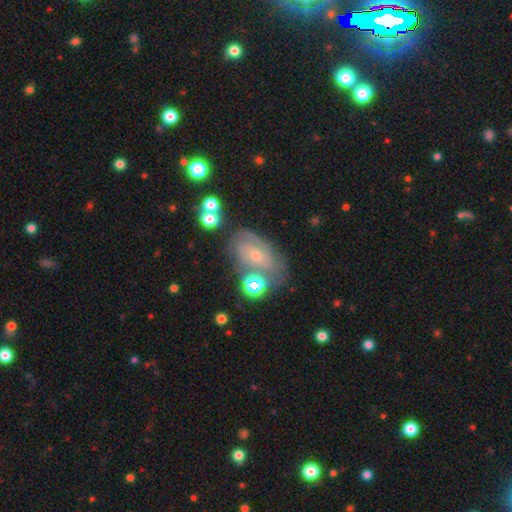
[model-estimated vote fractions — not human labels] A featured or disk galaxy (70%) with no bar (64%), 2 (39%) tight (54%) spiral arms (86%) and a small central bulge (64%).

Vote fractions:
- Smooth or featured? featured or disk: 70% / smooth: 20% / star or artifact: 10%
- Edge-on disk? no: 96% / yes: 4%
- Bar? no: 64% / weak: 30% / strong: 6%
- Spiral arms? yes: 86% / no: 14%
- Spiral winding? tight: 54% / medium: 36% / loose: 11%
- Spiral arm count? 2: 39% / can't tell: 37% / 3: 11% / 1: 6% / 4: 3% / more than 4: 3%
- Bulge size? small: 64% / moderate: 29% / none: 3% / large: 2% / dominant: 1%
- Merging? none: 57% / minor disturbance: 22% / major disturbance: 11% / merger: 11%